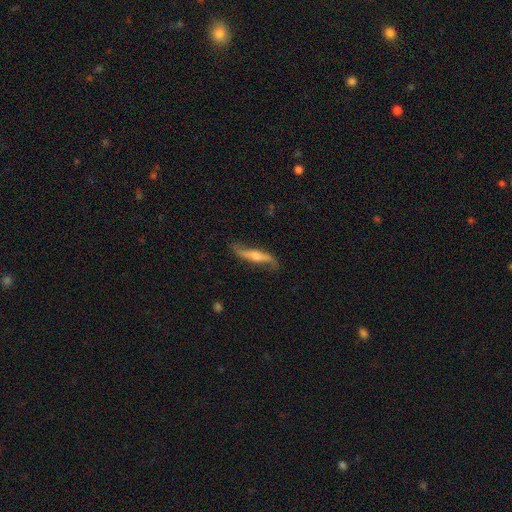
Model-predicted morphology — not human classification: A featured or disk galaxy (74%). Merging: none (73%).